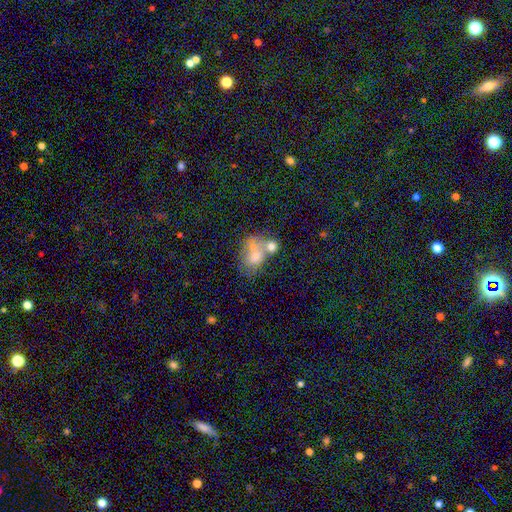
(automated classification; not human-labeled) This appears to be a smooth galaxy with no disk features (57%) that is in between round and cigar-shaped (60%). Merging: merger (49%).